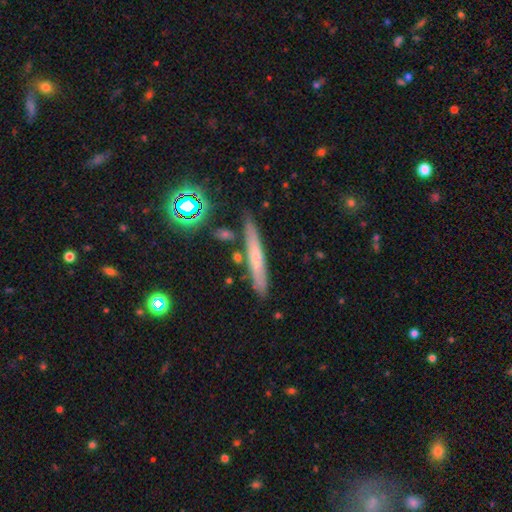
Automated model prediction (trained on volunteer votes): Smooth or featured? Predicted: smooth (p=0.44). Merging? Predicted: none (p=0.83).